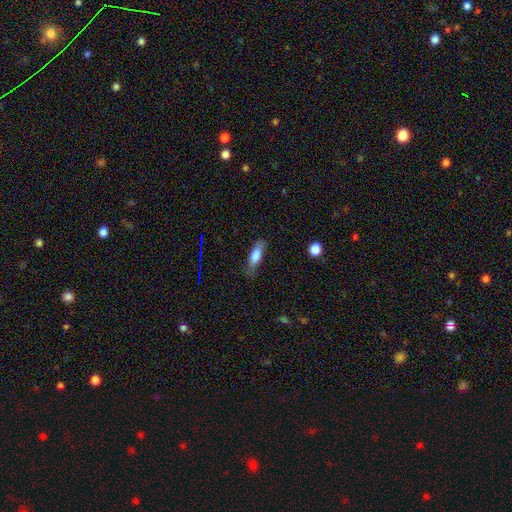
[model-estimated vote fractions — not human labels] smooth-or-featured: smooth: 74% | featured or disk: 18% | star or artifact: 8%
  how-rounded: in between: 53% | cigar-shaped: 44% | round: 2%
  merging: none: 71% | minor disturbance: 21% | major disturbance: 7% | merger: 2%